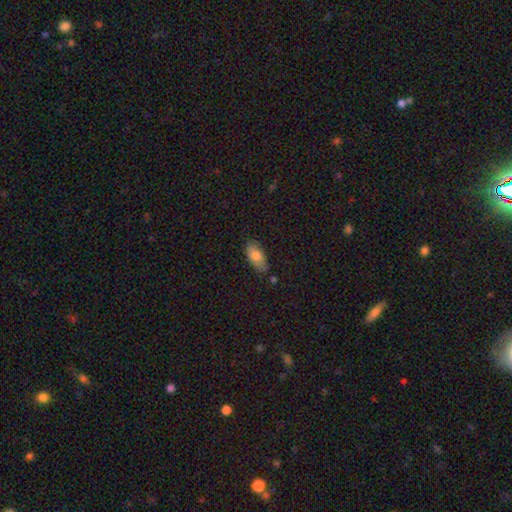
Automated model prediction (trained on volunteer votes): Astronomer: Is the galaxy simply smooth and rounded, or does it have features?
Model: smooth — 79%.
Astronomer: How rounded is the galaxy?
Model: in between — 88%.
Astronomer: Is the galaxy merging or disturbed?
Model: none — 76%.